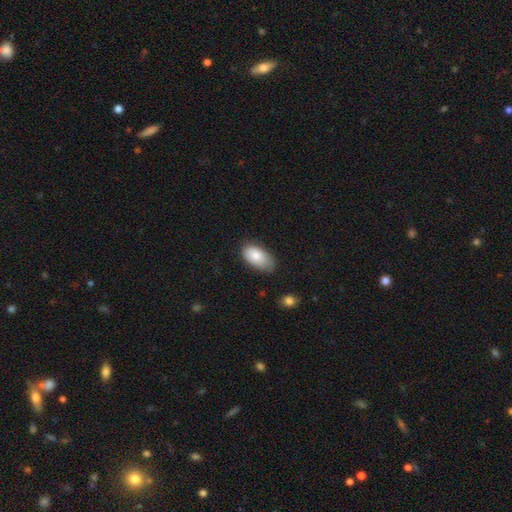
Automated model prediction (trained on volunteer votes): Smooth or featured?
  - smooth: 82% *
  - featured or disk: 11%
  - star or artifact: 7%
How rounded?
  - in between: 94% *
  - round: 4%
  - cigar-shaped: 2%
Merging?
  - none: 65% *
  - minor disturbance: 28%
  - major disturbance: 5%
  - merger: 2%